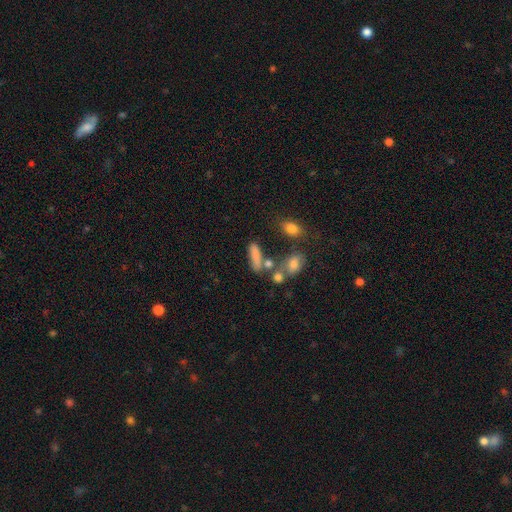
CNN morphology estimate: This appears to be a smooth galaxy with no disk features (75%) that is cigar-shaped (57%). Merging: none (51%).